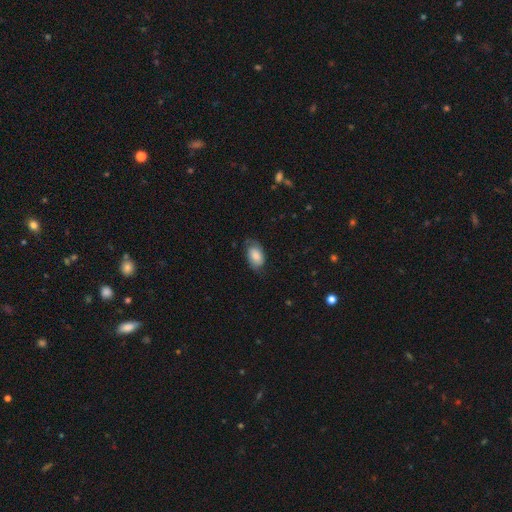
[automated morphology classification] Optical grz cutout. It shows a smooth galaxy with no disk features (67%) that is in between round and cigar-shaped (92%). Merging: none (64%).